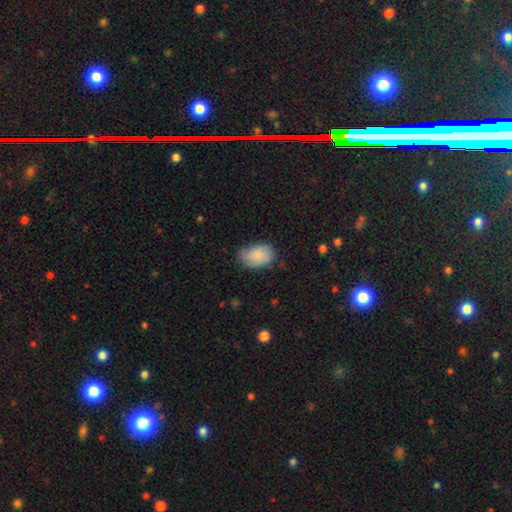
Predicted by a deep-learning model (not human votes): The model was most divided on "merging": none: 62%, minor disturbance: 30%, major disturbance: 7%, merger: 2%. More confident: how rounded — in between (86%); smooth or featured — smooth (80%).